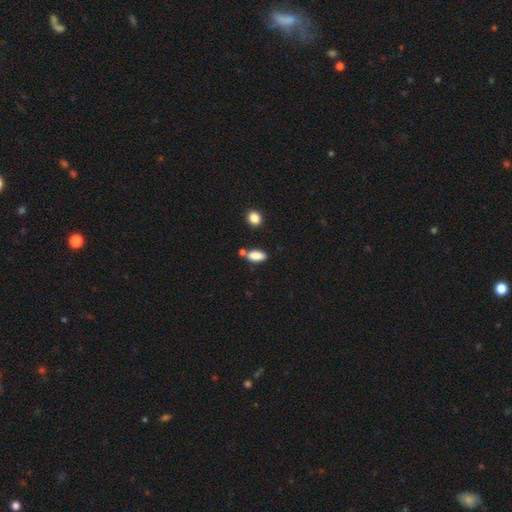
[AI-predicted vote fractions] smooth_or_featured: smooth (p=0.86) [alt: star or artifact p=0.08]
how_rounded: in between (p=0.83) [alt: cigar-shaped p=0.13]
merging: none (p=0.70) [alt: minor disturbance p=0.14]